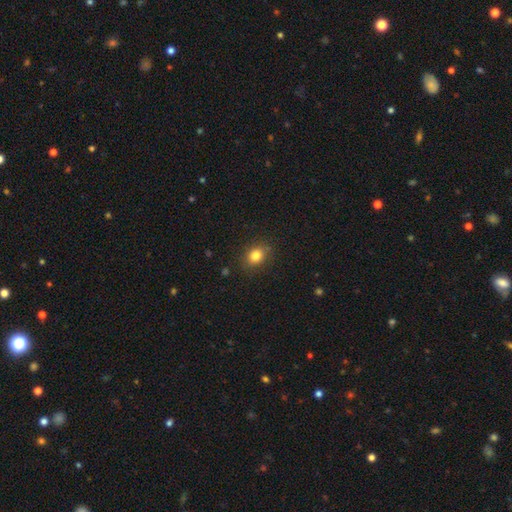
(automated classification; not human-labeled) This appears to be a smooth galaxy with no disk features (82%) that is round (54%). Merging: none (84%).